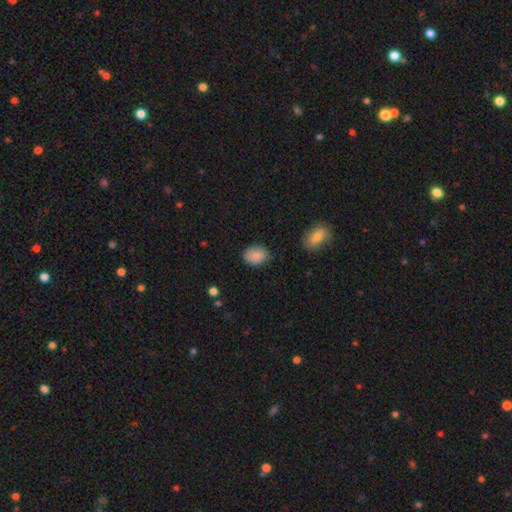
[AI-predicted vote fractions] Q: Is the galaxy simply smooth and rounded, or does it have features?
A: smooth — 87%.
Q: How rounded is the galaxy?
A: in between — 67%.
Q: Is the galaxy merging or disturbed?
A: none — 80%.